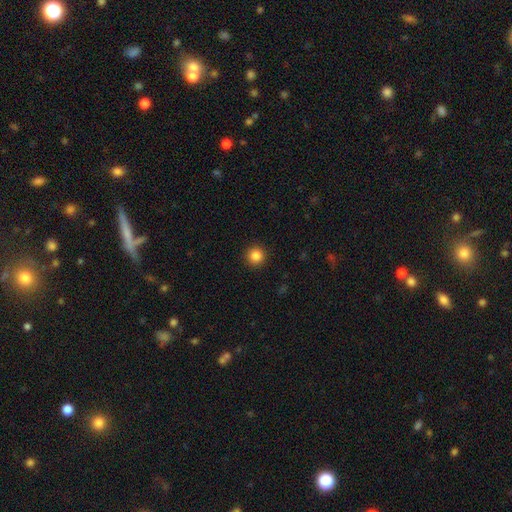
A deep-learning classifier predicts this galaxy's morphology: This is clearly a smooth galaxy (85%). How rounded: clearly round (96%). Merging: clearly none (93%).